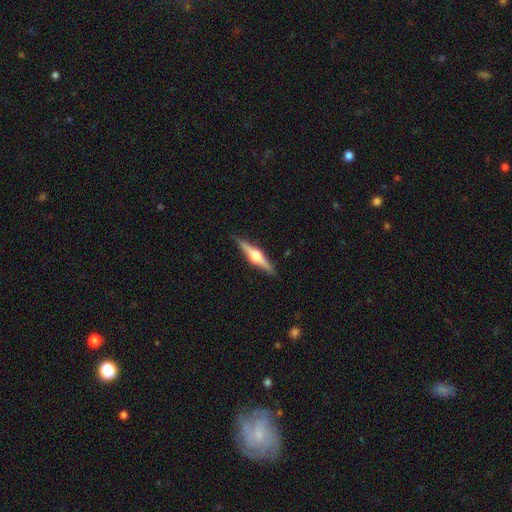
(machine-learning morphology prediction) Smooth or featured? Predicted: featured or disk (p=0.76). Edge-on disk? Predicted: yes (p=0.98). Edge-on bulge? Predicted: rounded (p=0.95). Merging? Predicted: none (p=0.90).